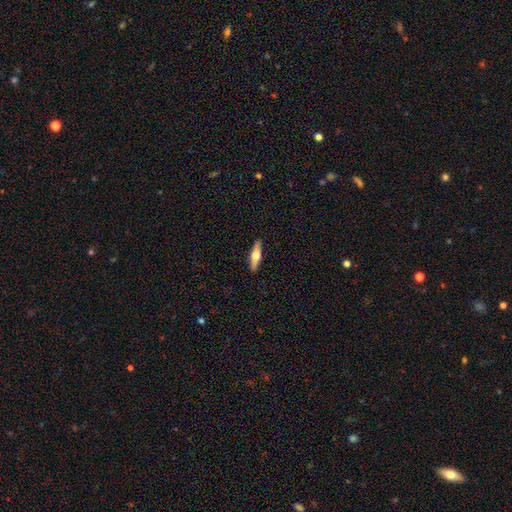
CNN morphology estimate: This is possibly a featured or disk galaxy (50%). Merging: clearly none (90%).